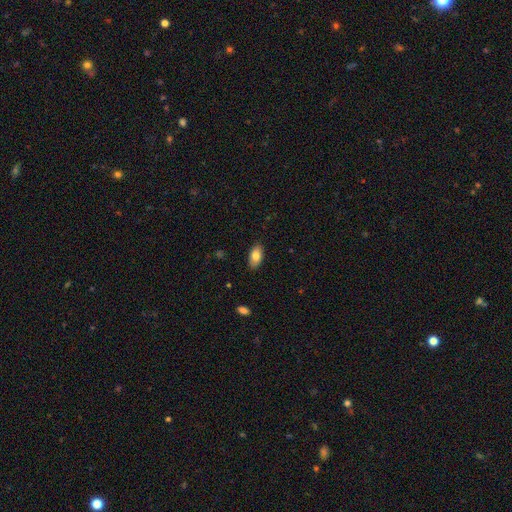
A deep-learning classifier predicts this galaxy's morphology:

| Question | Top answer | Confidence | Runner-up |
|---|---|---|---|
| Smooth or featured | smooth | 82% | featured or disk (11%) |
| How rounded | in between | 92% | cigar-shaped (4%) |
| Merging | none | 86% | minor disturbance (11%) |